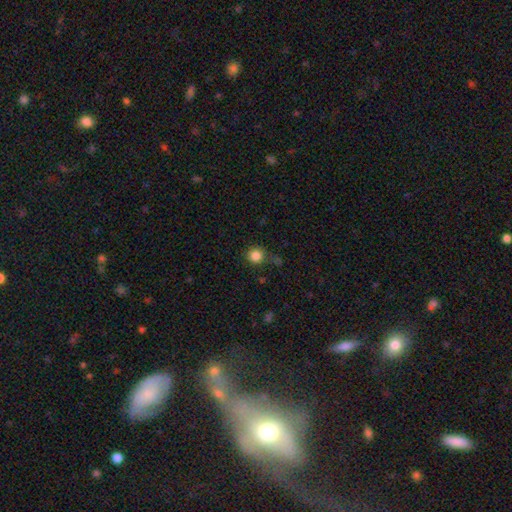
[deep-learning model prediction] The model was most divided on "merging": none: 76%, minor disturbance: 14%, major disturbance: 5%, merger: 5%. More confident: how rounded — round (93%); smooth or featured — smooth (84%).